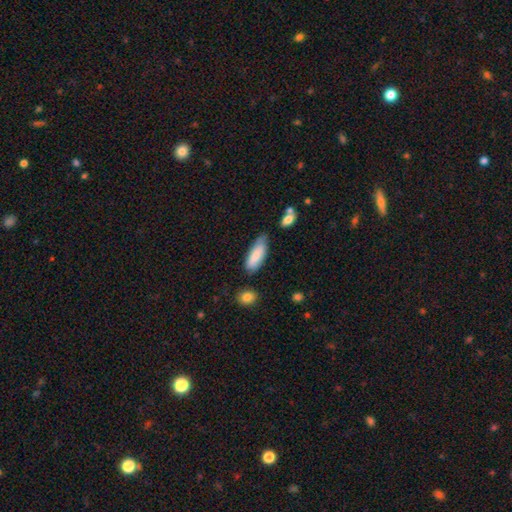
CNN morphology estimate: Smooth or featured? Predicted: smooth (p=0.84). How rounded? Predicted: in between (p=0.68). Merging? Predicted: none (p=0.58).